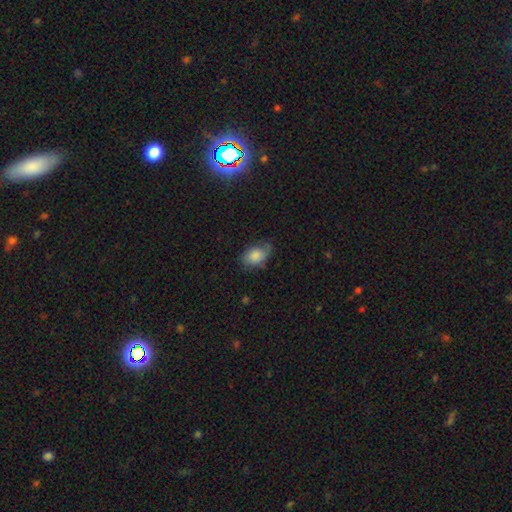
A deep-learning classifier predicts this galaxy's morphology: smooth 74%, featured or disk 17%, star or artifact 8%. Down the decision tree: how rounded — in between (84%); merging — none (57%).